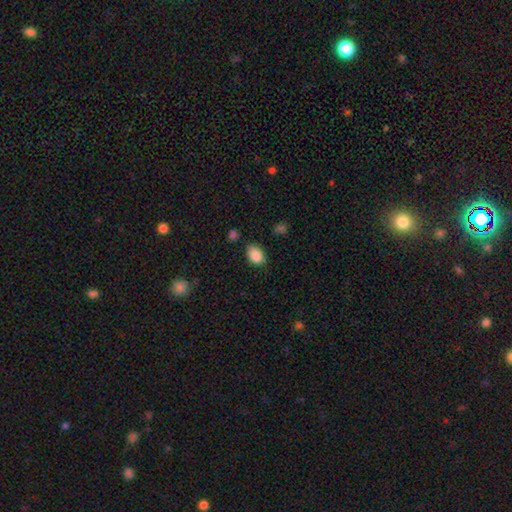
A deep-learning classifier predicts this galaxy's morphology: This appears to be a smooth galaxy with no disk features (88%) that is in between round and cigar-shaped (86%). Merging: none (74%).